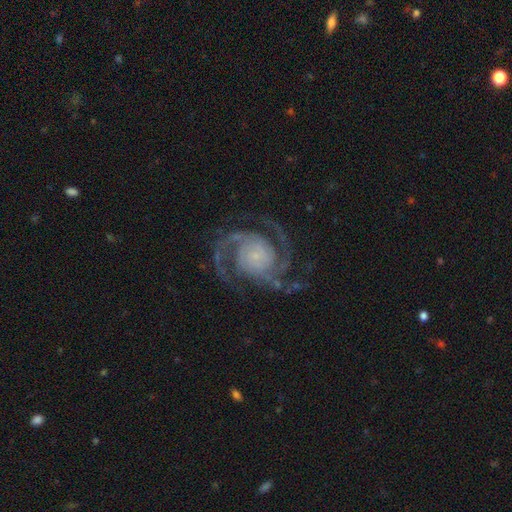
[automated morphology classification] A featured or disk galaxy (92%) with no bar (73%), 2 (59%) medium (47%) spiral arms (99%) and a small central bulge (62%). Merging: none (75%).